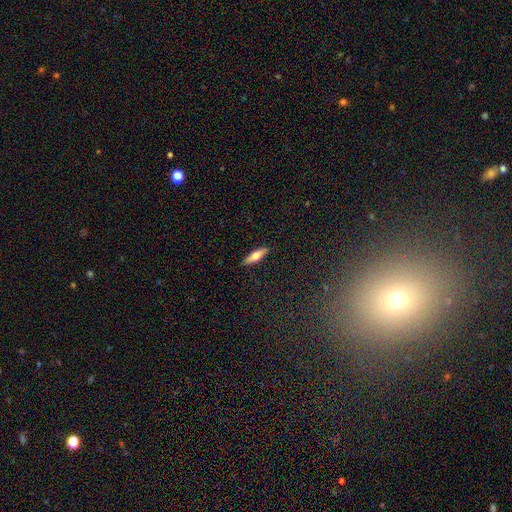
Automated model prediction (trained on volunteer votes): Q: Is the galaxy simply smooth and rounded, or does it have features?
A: smooth — 60%.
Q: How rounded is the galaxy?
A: cigar-shaped — 64%.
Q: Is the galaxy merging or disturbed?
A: none — 89%.